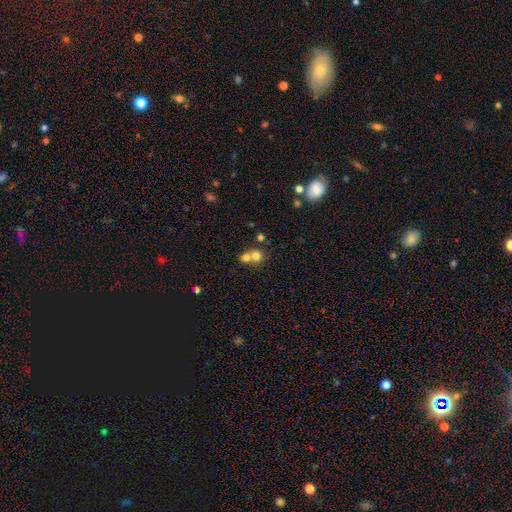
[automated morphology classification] The model was most divided on "merging": merger: 59%, none: 34%, minor disturbance: 5%, major disturbance: 2%. More confident: how rounded — round (83%); smooth or featured — smooth (73%).